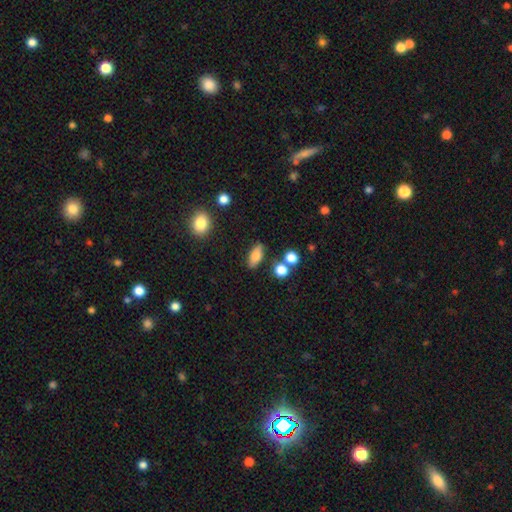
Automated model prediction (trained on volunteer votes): A smooth galaxy with no disk features (77%) that is in between round and cigar-shaped (75%). Merging: none (81%).